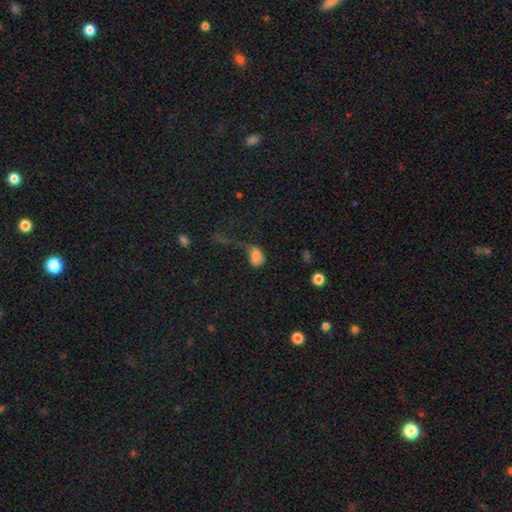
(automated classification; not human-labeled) This is likely a smooth galaxy (66%). How rounded: likely in between (78%). Merging: possibly major disturbance (58%).